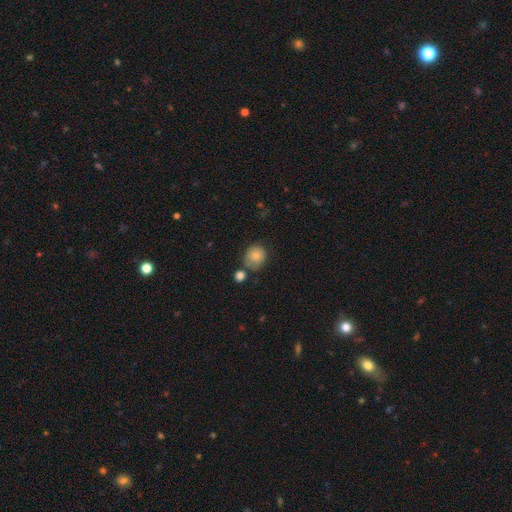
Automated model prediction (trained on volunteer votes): Morphology: type=smooth (80%); roundness=round (76%); merging=none (63%).